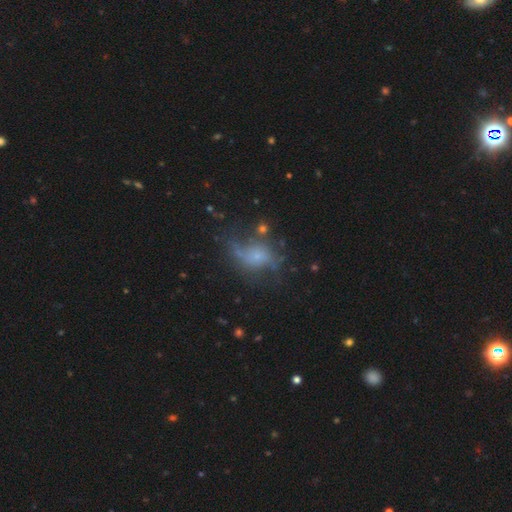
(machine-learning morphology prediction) The model was most divided on "smooth or featured": featured or disk: 46%, smooth: 37%, star or artifact: 16%. Remaining: merging — none (41%).